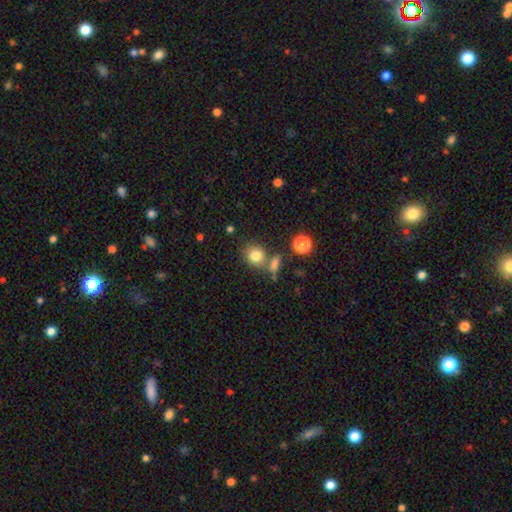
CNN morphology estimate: This is clearly a smooth galaxy (80%). How rounded: likely round (74%). Merging: likely none (62%).